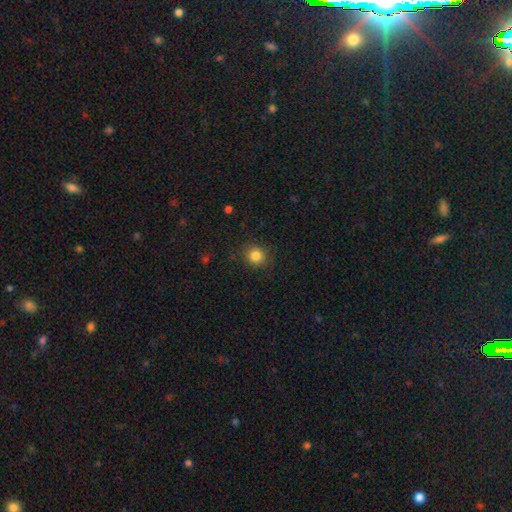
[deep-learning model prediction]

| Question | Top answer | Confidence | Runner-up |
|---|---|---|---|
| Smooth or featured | smooth | 85% | star or artifact (11%) |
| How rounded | round | 88% | in between (11%) |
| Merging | none | 87% | minor disturbance (9%) |